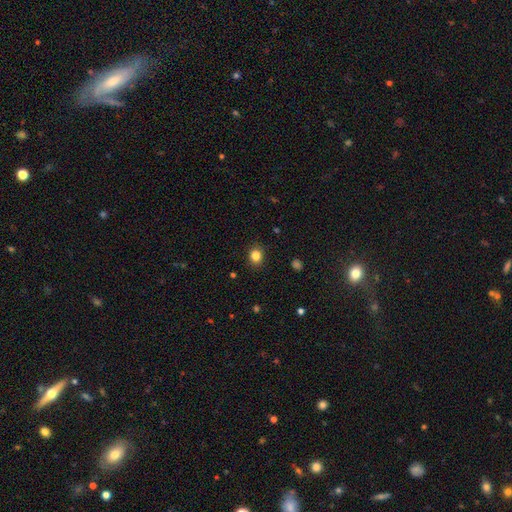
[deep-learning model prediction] This is clearly a smooth galaxy (84%). How rounded: likely round (71%). Merging: clearly none (88%).